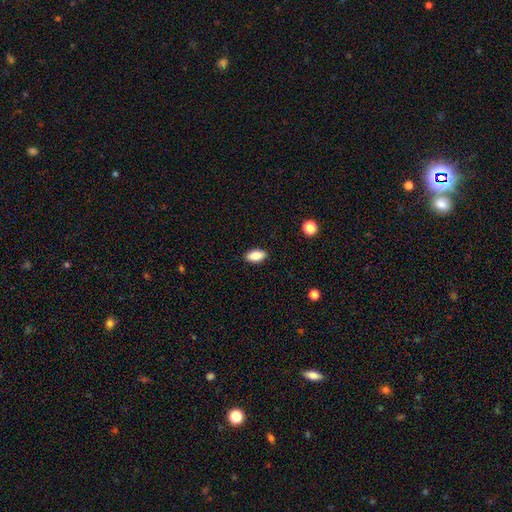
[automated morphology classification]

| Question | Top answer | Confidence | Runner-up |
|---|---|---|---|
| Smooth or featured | smooth | 86% | star or artifact (8%) |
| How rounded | in between | 91% | cigar-shaped (5%) |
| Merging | none | 89% | minor disturbance (8%) |